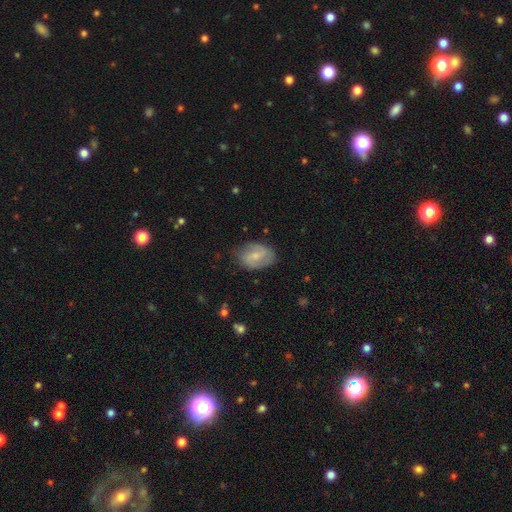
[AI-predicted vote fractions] Overall: featured or disk (54%; smooth 39%). Edge-on disk: no (97%). Bar: weak (51%; no 38%). Spiral arms: yes (85%). Bulge size: small (58%; moderate 31%). Merging: none (73%).